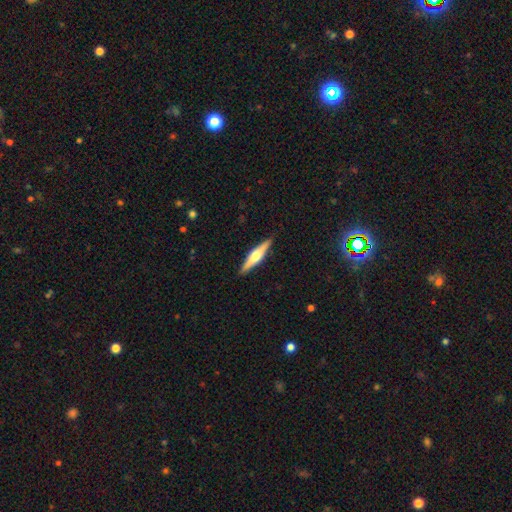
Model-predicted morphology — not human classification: featured or disk 67%, smooth 28%, star or artifact 5%. Down the decision tree: edge-on disk — yes (97%); edge-on bulge — rounded (92%); merging — none (90%).